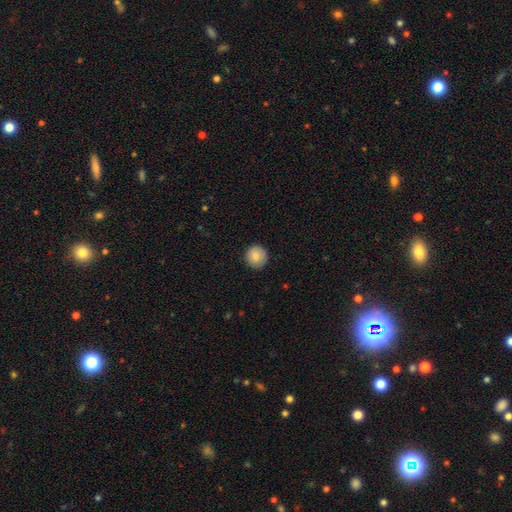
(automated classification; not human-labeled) smooth-or-featured: smooth: 84% | featured or disk: 8% | star or artifact: 8%
  how-rounded: round: 94% | in between: 5% | cigar-shaped: 1%
  merging: none: 90% | minor disturbance: 7% | major disturbance: 2% | merger: 1%